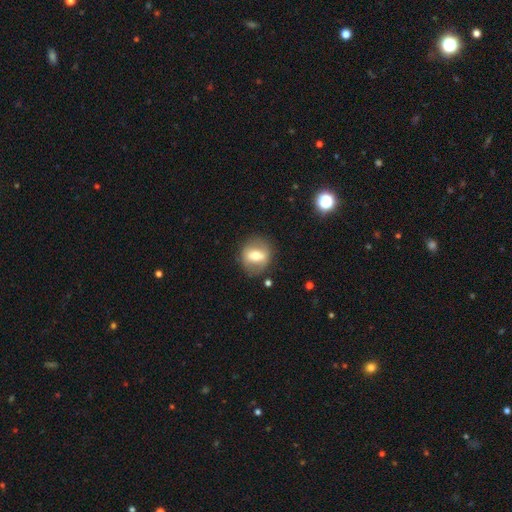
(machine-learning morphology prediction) Q: Smooth or featured?
A: smooth (53%); runner-up: featured or disk (39%)
Q: How rounded?
A: round (66%); runner-up: in between (32%)
Q: Merging?
A: none (81%); runner-up: minor disturbance (12%)